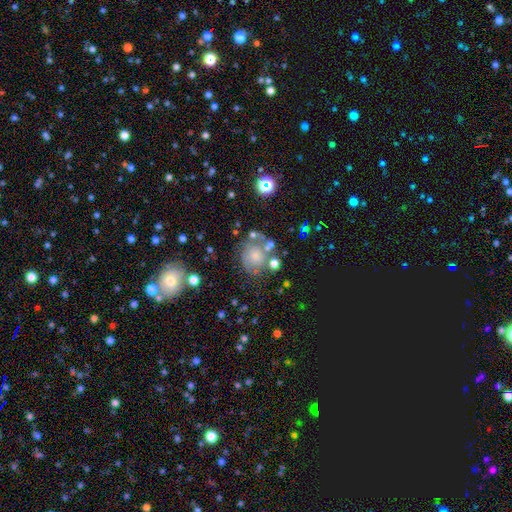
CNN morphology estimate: Smooth or featured: featured or disk — 45% (smooth — 41%)
Merging: none — 52% (minor disturbance — 21%)